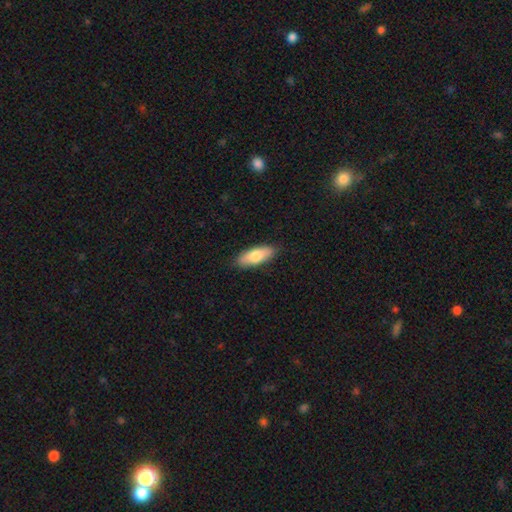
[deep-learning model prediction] Smooth or featured?
  - smooth: 76% *
  - featured or disk: 18%
  - star or artifact: 6%
How rounded?
  - in between: 72% *
  - cigar-shaped: 26%
  - round: 2%
Merging?
  - none: 87% *
  - minor disturbance: 10%
  - major disturbance: 2%
  - merger: 1%